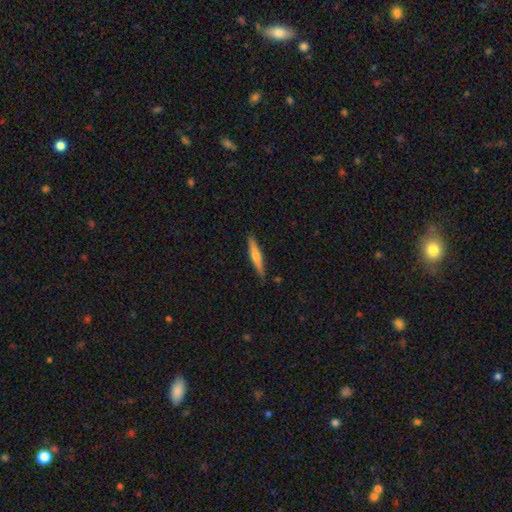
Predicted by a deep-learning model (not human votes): Smooth or featured?
  - smooth: 53% *
  - featured or disk: 41%
  - star or artifact: 6%
How rounded?
  - cigar-shaped: 91% *
  - in between: 7%
  - round: 1%
Merging?
  - none: 88% *
  - minor disturbance: 9%
  - major disturbance: 2%
  - merger: 1%